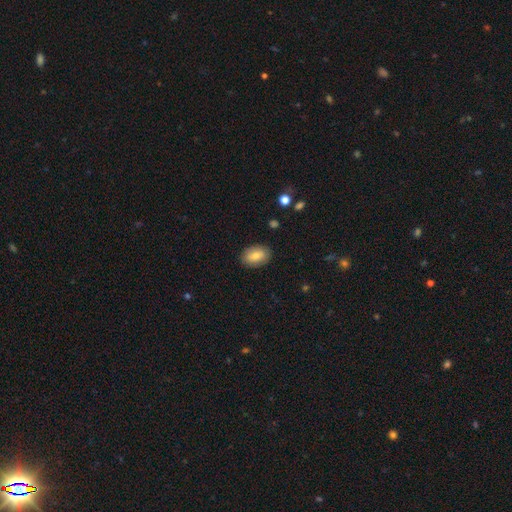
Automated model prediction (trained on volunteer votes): Q: Smooth or featured?
A: smooth (78%); runner-up: featured or disk (15%)
Q: How rounded?
A: in between (88%); runner-up: round (10%)
Q: Merging?
A: none (87%); runner-up: minor disturbance (10%)